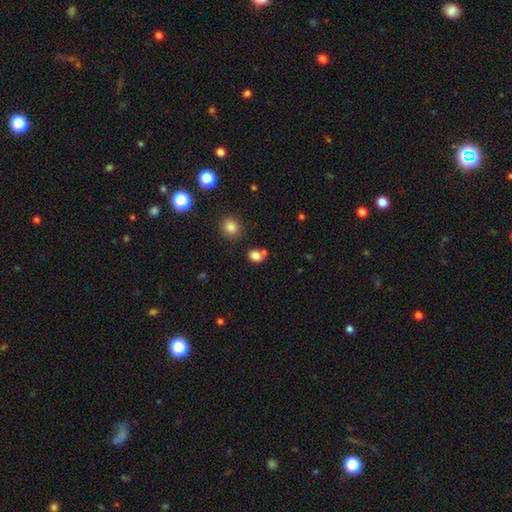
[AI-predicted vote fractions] smooth_or_featured: smooth (p=0.82) [alt: star or artifact p=0.12]
how_rounded: round (p=0.52) [alt: in between p=0.47]
merging: none (p=0.60) [alt: merger p=0.22]